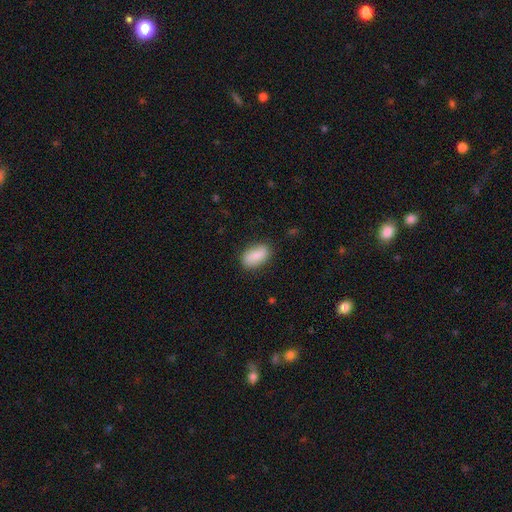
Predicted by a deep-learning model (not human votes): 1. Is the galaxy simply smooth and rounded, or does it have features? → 83% smooth, 10% featured or disk, 6% star or artifact.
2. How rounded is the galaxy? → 91% in between, 5% round, 4% cigar-shaped.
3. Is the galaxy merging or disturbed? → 83% none, 13% minor disturbance, 3% major disturbance, 1% merger.